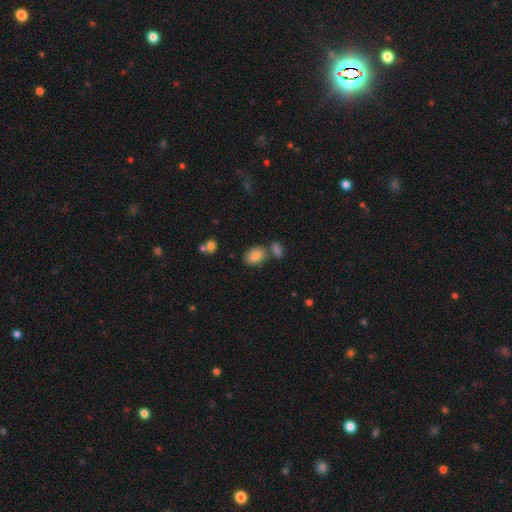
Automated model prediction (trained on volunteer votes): smooth_or_featured: smooth (p=0.80) [alt: featured or disk p=0.11]
how_rounded: in between (p=0.79) [alt: round p=0.20]
merging: none (p=0.66) [alt: merger p=0.18]